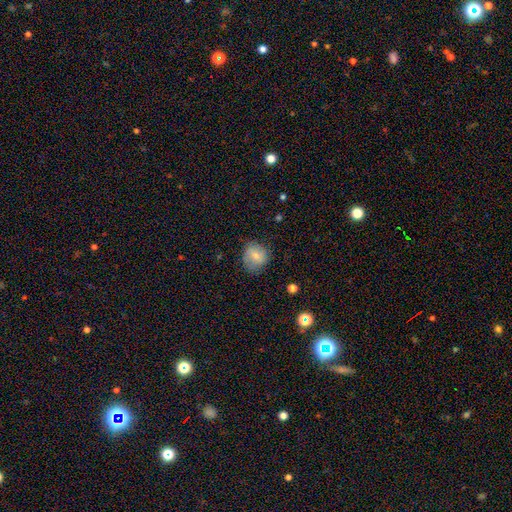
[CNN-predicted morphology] A smooth galaxy with no disk features (72%) that is round (80%).

Vote fractions:
- Smooth or featured? smooth: 72% / featured or disk: 19% / star or artifact: 9%
- How rounded? round: 80% / in between: 19% / cigar-shaped: 1%
- Merging? none: 69% / minor disturbance: 23% / major disturbance: 6% / merger: 1%